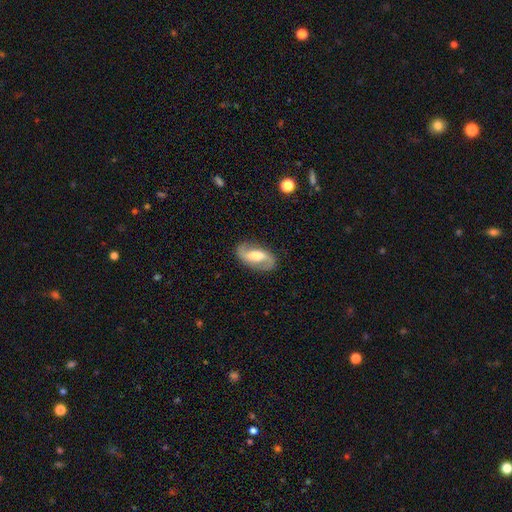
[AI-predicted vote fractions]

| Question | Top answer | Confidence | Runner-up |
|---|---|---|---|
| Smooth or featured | featured or disk | 77% | smooth (17%) |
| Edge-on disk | no | 95% | yes (5%) |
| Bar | weak | 45% | strong (29%) |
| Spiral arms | yes | 92% | no (8%) |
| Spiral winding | loose | 48% | medium (39%) |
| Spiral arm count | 2 | 91% | can't tell (4%) |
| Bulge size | moderate | 52% | large (24%) |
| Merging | none | 83% | minor disturbance (12%) |